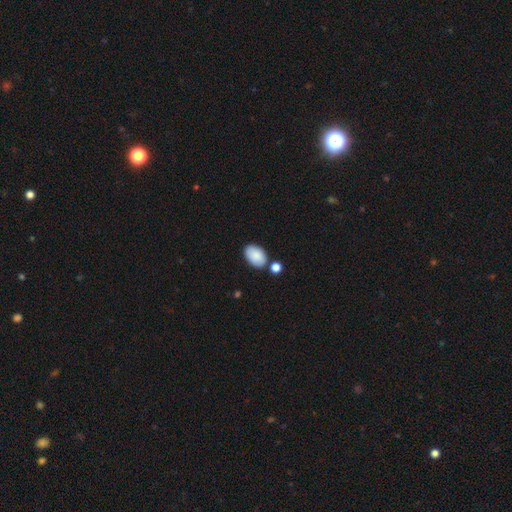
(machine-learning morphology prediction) A smooth galaxy with no disk features (87%) that is in between round and cigar-shaped (92%).

Vote fractions:
- Smooth or featured? smooth: 87% / star or artifact: 7% / featured or disk: 6%
- How rounded? in between: 92% / round: 7% / cigar-shaped: 1%
- Merging? none: 72% / minor disturbance: 14% / merger: 10% / major disturbance: 3%